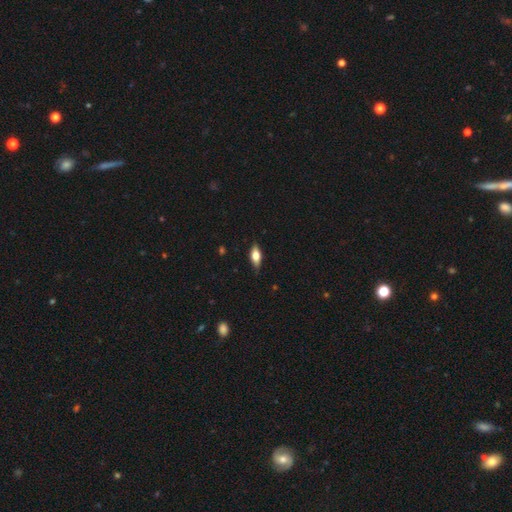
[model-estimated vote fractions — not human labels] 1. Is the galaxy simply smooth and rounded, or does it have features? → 61% smooth, 33% featured or disk, 7% star or artifact.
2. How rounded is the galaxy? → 76% in between, 20% cigar-shaped, 4% round.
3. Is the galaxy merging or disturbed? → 84% none, 13% minor disturbance, 2% major disturbance, 1% merger.